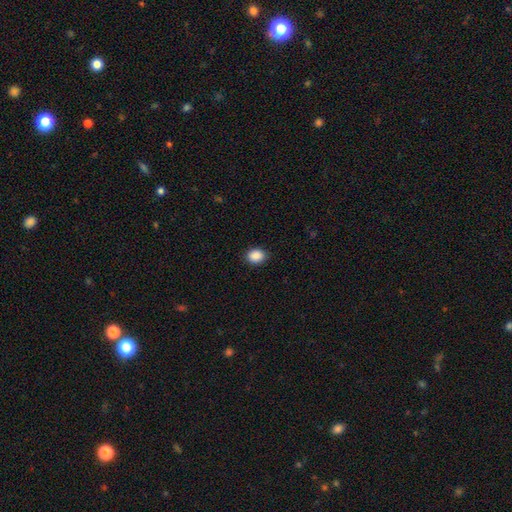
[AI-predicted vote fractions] smooth-or-featured: smooth: 89% | star or artifact: 8% | featured or disk: 2%
  how-rounded: in between: 53% | round: 46% | cigar-shaped: 1%
  merging: none: 89% | minor disturbance: 8% | major disturbance: 2% | merger: 1%